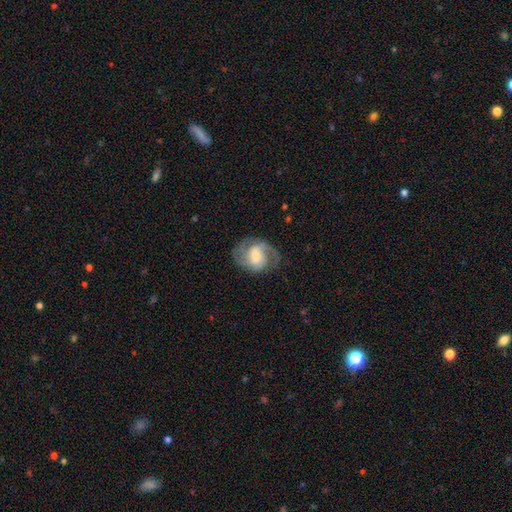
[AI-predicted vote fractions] Morphology: type=featured or disk (75%); edge-on=no (98%); bar=weak (54%); spiral arms=yes (93%); winding=medium (50%); arm count=2 (70%); bulge=moderate (45%); merging=none (68%).